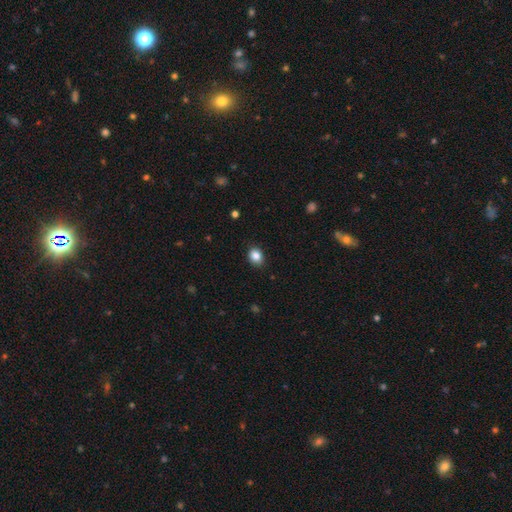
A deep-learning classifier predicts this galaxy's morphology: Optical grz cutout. It shows a smooth galaxy with no disk features (86%) that is round (55%). Merging: none (86%).